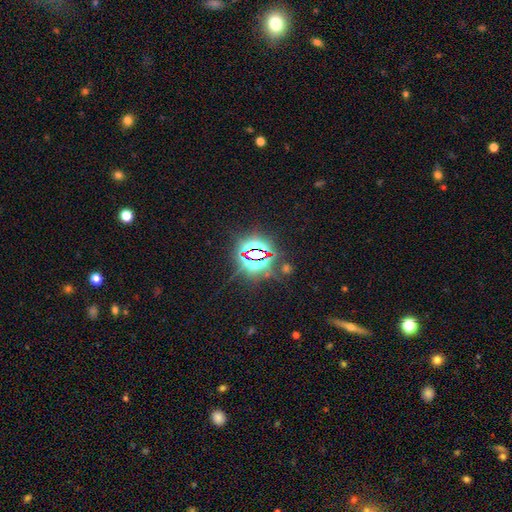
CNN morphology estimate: smooth_or_featured: star or artifact (p=0.81) [alt: smooth p=0.11]